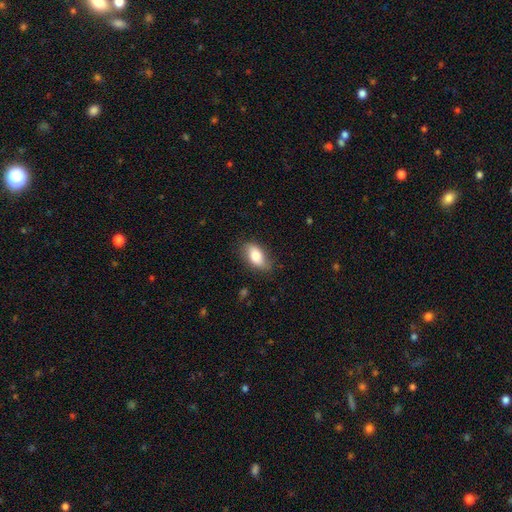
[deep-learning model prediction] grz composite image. It shows a smooth galaxy with no disk features (78%) that is in between round and cigar-shaped (91%). Merging: none (76%).